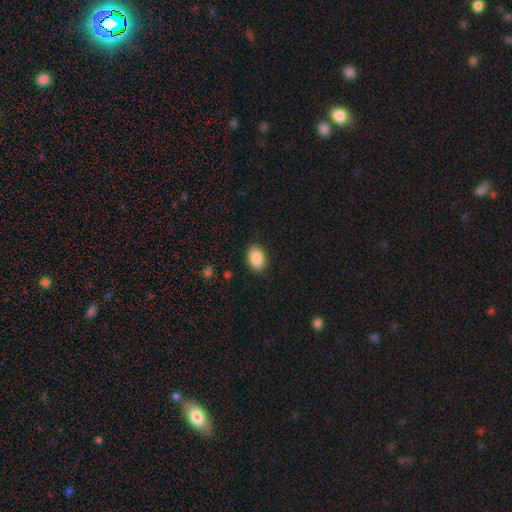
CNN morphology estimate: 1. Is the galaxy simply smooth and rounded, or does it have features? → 89% smooth, 7% star or artifact, 3% featured or disk.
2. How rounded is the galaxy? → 87% in between, 12% round, 1% cigar-shaped.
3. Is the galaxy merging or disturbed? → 88% none, 9% minor disturbance, 2% major disturbance, 1% merger.